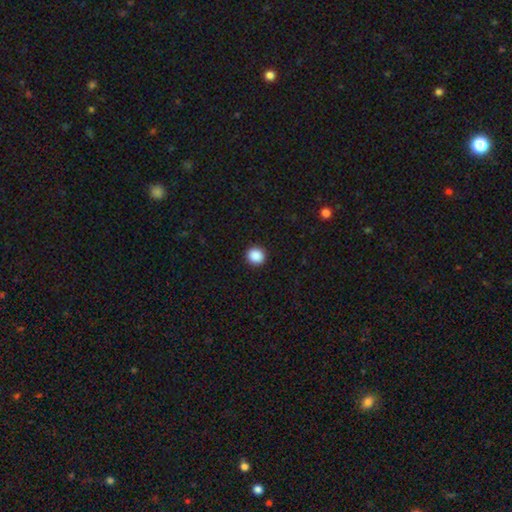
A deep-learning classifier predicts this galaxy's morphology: This appears to be a smooth galaxy with no disk features (89%) that is round (86%). Merging: none (92%).